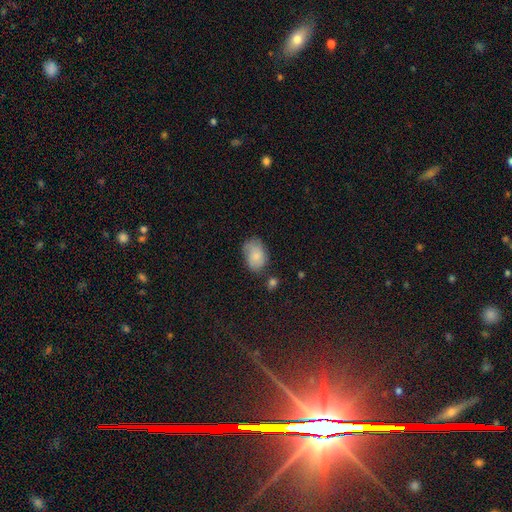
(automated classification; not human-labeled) smooth 73%, featured or disk 19%, star or artifact 8%. Down the decision tree: how rounded — in between (83%); merging — none (57%).